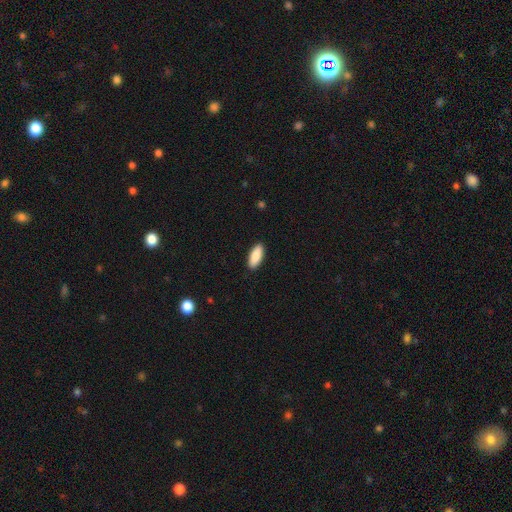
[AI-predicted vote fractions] smooth 89%, featured or disk 6%, star or artifact 6%. Down the decision tree: how rounded — in between (79%); merging — none (90%).